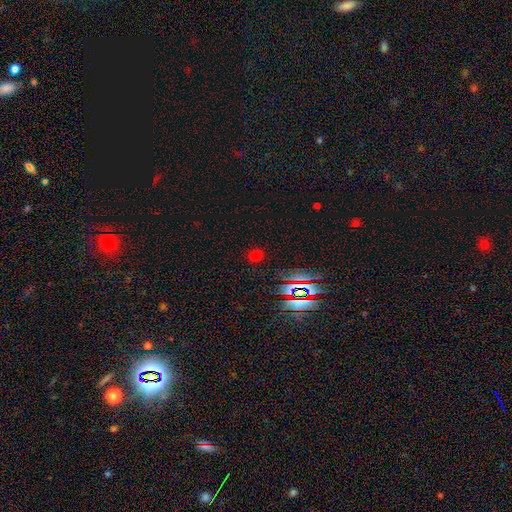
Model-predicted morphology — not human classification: Smooth or featured: smooth — 57% (star or artifact — 38%)
How rounded: round — 85% (in between — 13%)
Merging: none — 88% (minor disturbance — 7%)